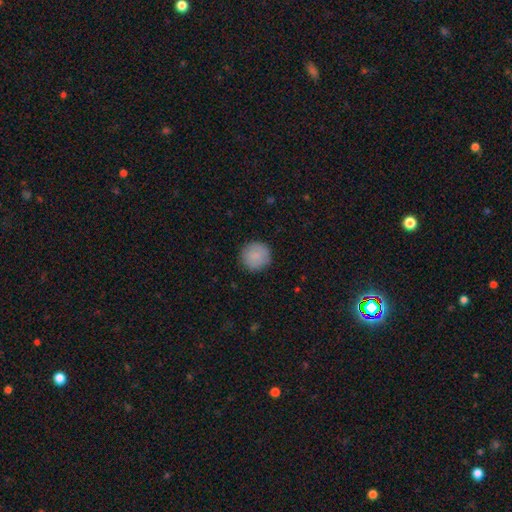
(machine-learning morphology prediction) This is clearly a smooth galaxy (88%). How rounded: clearly round (95%). Merging: clearly none (90%).